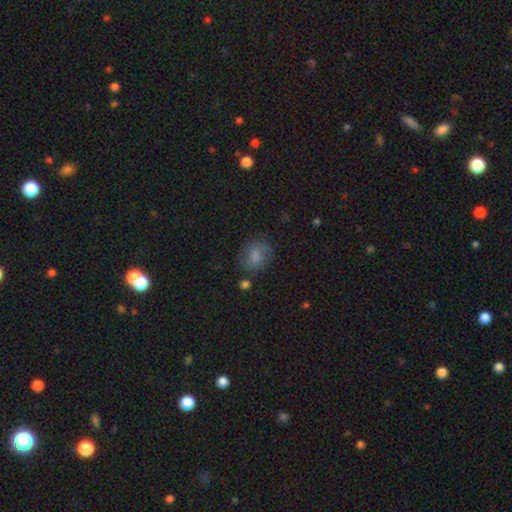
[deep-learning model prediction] Smooth or featured: smooth — 74% (featured or disk — 16%)
How rounded: round — 62% (in between — 37%)
Merging: none — 69% (minor disturbance — 20%)